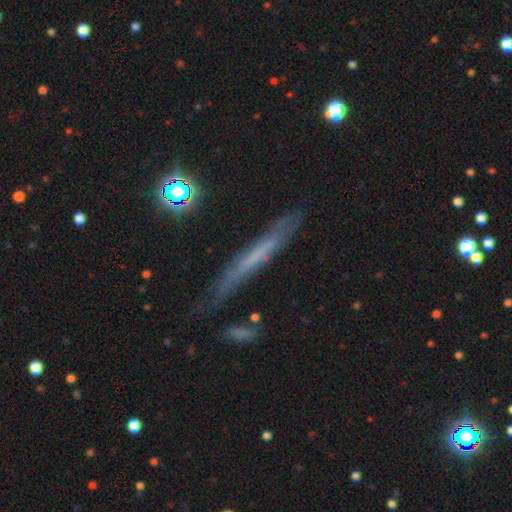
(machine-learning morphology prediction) Smooth or featured? featured or disk (48%)
Merging? none (77%)